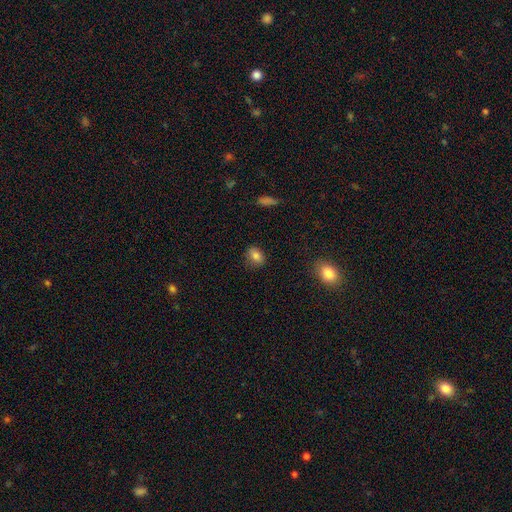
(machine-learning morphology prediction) type=smooth (82%); roundness=in between (63%); merging=none (80%).